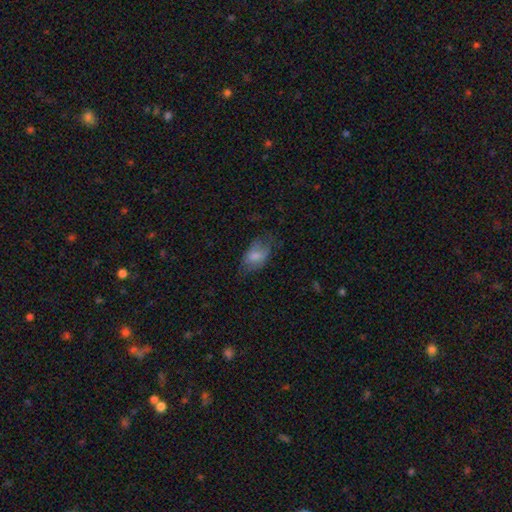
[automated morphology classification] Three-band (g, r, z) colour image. It shows a smooth galaxy with no disk features (68%) that is in between round and cigar-shaped (89%). Merging: none (48%).